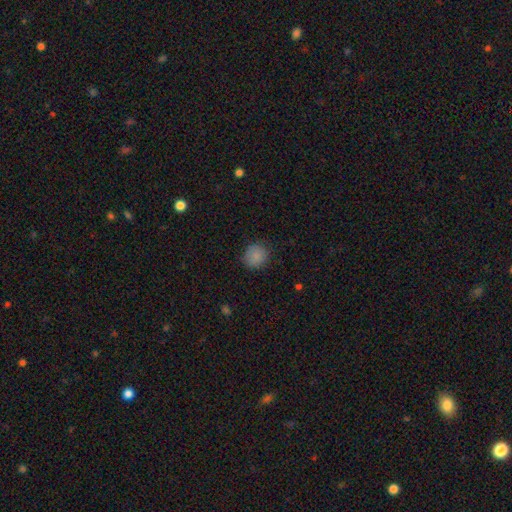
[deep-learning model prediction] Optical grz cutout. It shows a smooth galaxy with no disk features (86%) that is round (86%). Merging: none (82%).